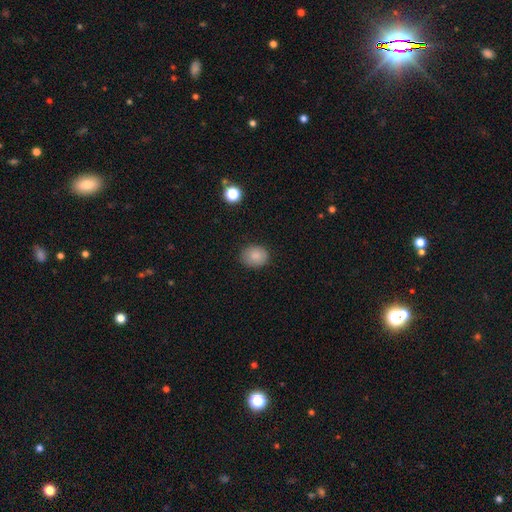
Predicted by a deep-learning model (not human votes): Smooth or featured: smooth — 85% (star or artifact — 9%)
How rounded: round — 54% (in between — 45%)
Merging: none — 84% (minor disturbance — 12%)